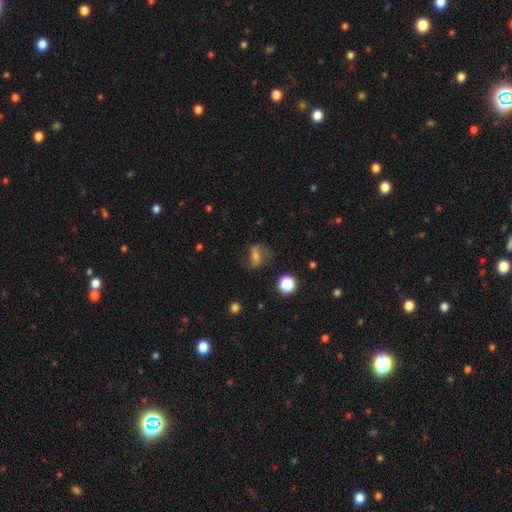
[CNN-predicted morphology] The model was most divided on "smooth or featured": featured or disk: 51%, smooth: 33%, star or artifact: 16%. More confident: edge-on disk — no (93%); merging — none (61%).